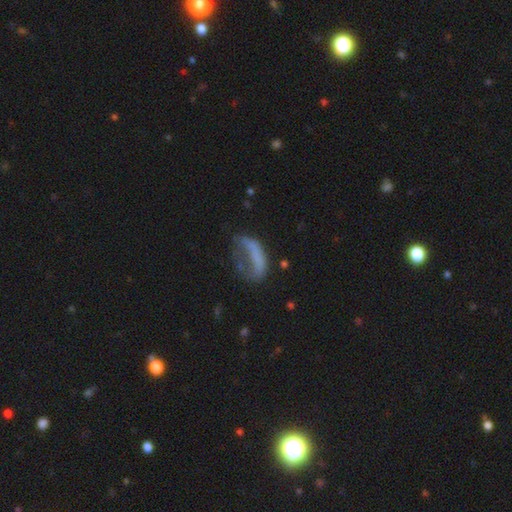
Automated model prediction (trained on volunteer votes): Q: Smooth or featured?
A: smooth (50%); runner-up: featured or disk (37%)
Q: How rounded?
A: in between (73%); runner-up: cigar-shaped (18%)
Q: Merging?
A: major disturbance (52%); runner-up: none (24%)